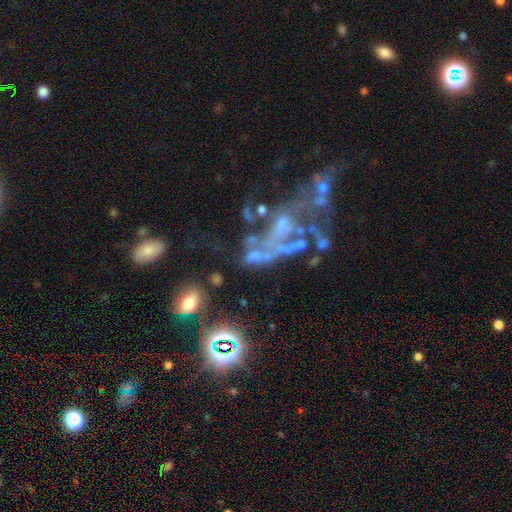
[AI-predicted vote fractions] Smooth or featured? featured or disk (53%)
Edge-on disk? no (96%)
Bar? no (88%)
Spiral arms? no (84%)
Bulge size? none (62%)
Merging? merger (37%)